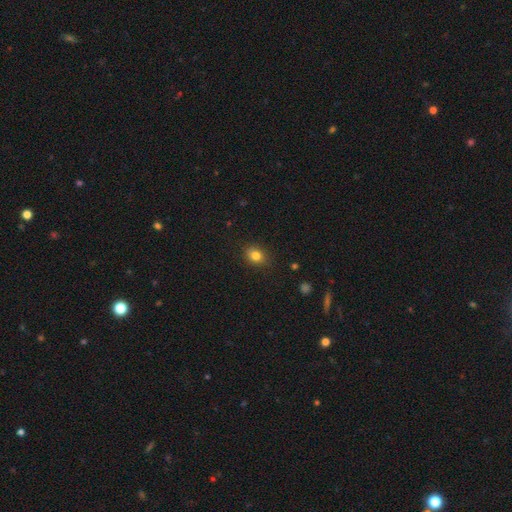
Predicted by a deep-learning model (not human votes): Overall: smooth (82%). How rounded: round (53%; in between 46%). Merging: none (87%).